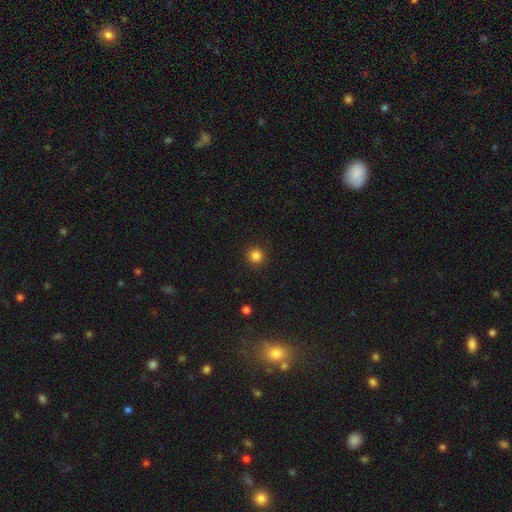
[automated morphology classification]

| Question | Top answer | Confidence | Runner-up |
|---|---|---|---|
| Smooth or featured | smooth | 84% | star or artifact (12%) |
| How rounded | round | 95% | in between (4%) |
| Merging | none | 92% | minor disturbance (5%) |